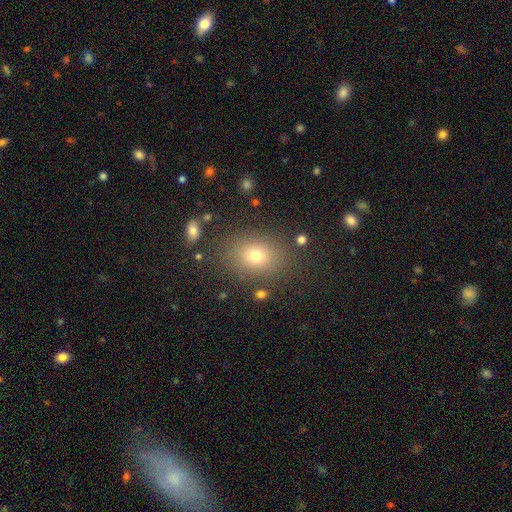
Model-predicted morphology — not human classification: Smooth or featured: smooth — 73% (star or artifact — 15%)
How rounded: in between — 55% (round — 43%)
Merging: none — 83% (minor disturbance — 10%)